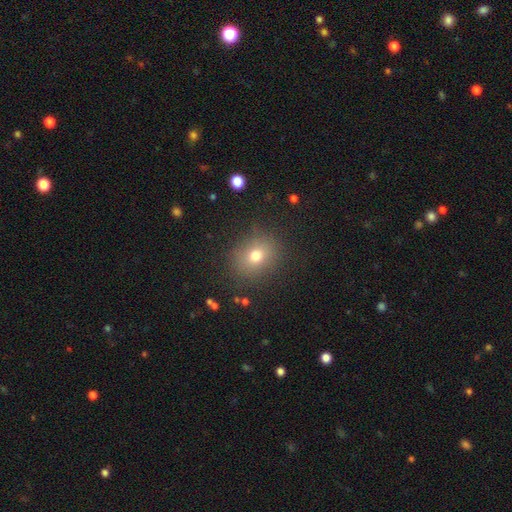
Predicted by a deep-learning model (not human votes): Smooth or featured? Predicted: smooth (p=0.73). How rounded? Predicted: round (p=0.68). Merging? Predicted: none (p=0.85).